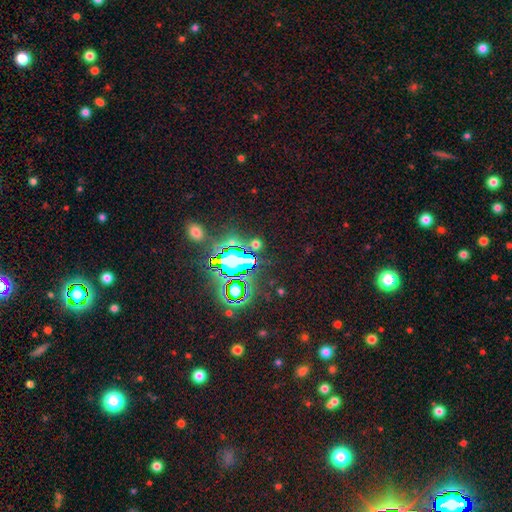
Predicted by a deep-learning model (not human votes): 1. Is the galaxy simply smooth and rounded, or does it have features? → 82% star or artifact, 11% smooth, 7% featured or disk.